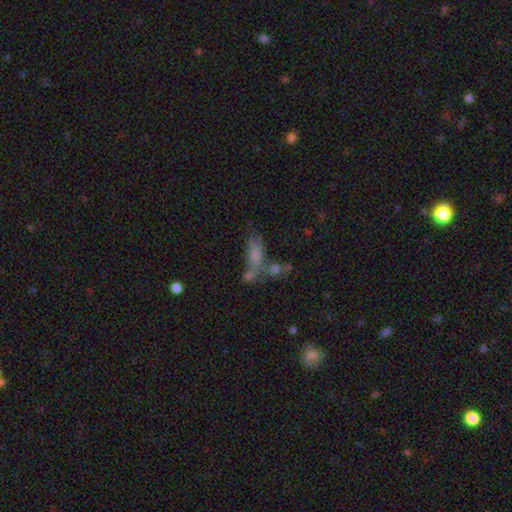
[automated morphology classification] A smooth galaxy with no disk features (66%) that is in between round and cigar-shaped (67%).

Vote fractions:
- Smooth or featured? smooth: 66% / featured or disk: 19% / star or artifact: 15%
- How rounded? in between: 67% / cigar-shaped: 28% / round: 5%
- Merging? merger: 39% / none: 37% / minor disturbance: 14% / major disturbance: 10%